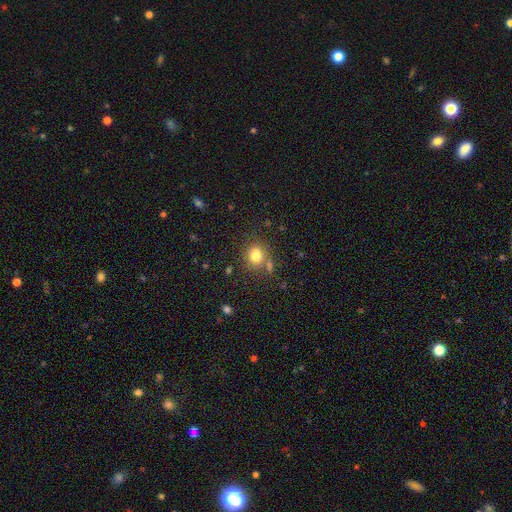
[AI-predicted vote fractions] smooth-or-featured: smooth: 78% | star or artifact: 13% | featured or disk: 9%
  how-rounded: round: 69% | in between: 30% | cigar-shaped: 1%
  merging: none: 68% | merger: 14% | minor disturbance: 14% | major disturbance: 5%